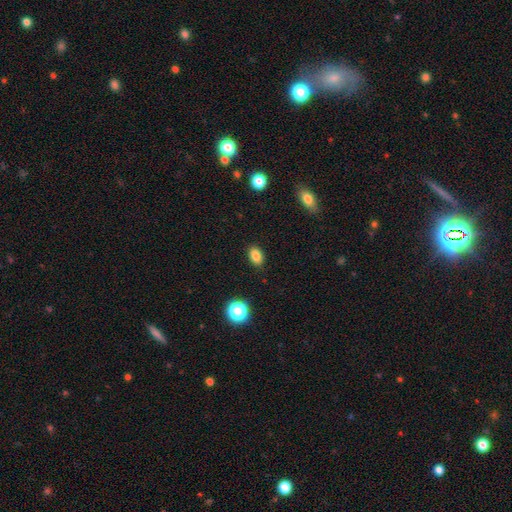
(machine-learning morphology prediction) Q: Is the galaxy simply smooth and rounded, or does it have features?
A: smooth — 84%.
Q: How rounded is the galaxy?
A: in between — 83%.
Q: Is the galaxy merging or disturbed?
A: none — 88%.